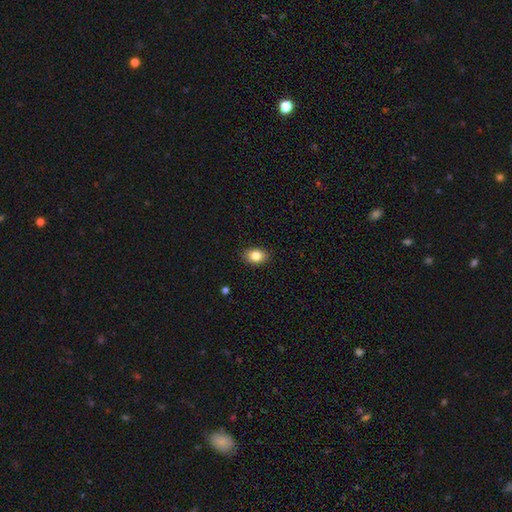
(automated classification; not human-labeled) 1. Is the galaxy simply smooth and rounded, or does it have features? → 83% smooth, 9% star or artifact, 8% featured or disk.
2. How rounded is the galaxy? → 73% in between, 26% round, 1% cigar-shaped.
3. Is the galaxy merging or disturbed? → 89% none, 8% minor disturbance, 2% major disturbance, 1% merger.